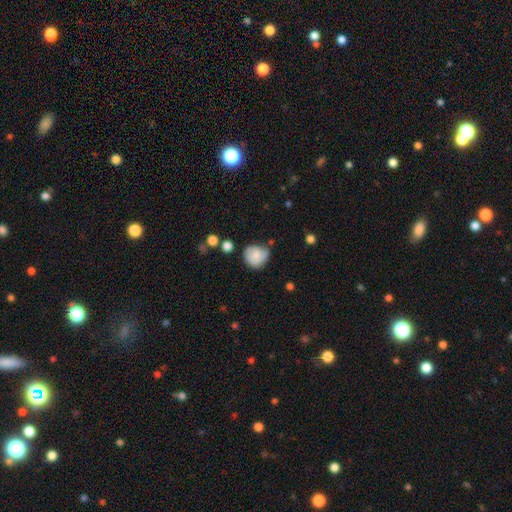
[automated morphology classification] Q: Smooth or featured?
A: smooth (75%); runner-up: featured or disk (17%)
Q: How rounded?
A: round (78%); runner-up: in between (21%)
Q: Merging?
A: none (51%); runner-up: minor disturbance (35%)